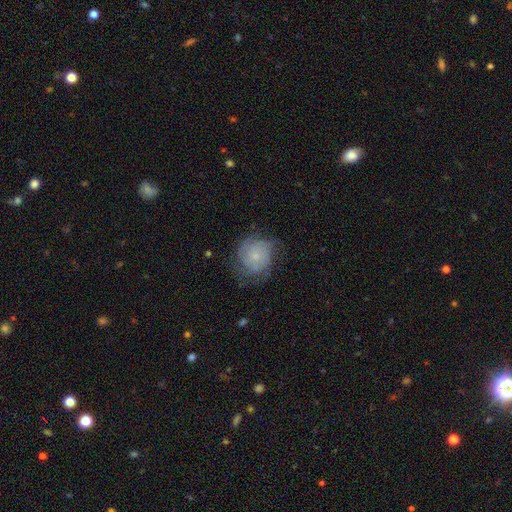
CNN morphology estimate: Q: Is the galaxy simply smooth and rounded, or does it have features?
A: featured or disk — 52%.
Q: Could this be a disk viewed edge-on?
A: no — 98%.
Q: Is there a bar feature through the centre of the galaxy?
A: no — 83%.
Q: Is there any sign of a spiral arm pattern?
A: yes — 82%.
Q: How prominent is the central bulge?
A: small — 71%.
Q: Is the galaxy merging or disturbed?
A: none — 58%.